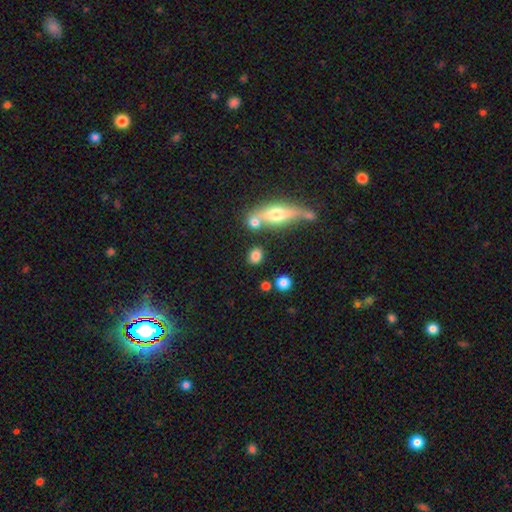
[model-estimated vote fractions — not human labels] smooth-or-featured: smooth: 80% | star or artifact: 10% | featured or disk: 9%
  how-rounded: in between: 50% | round: 45% | cigar-shaped: 5%
  merging: none: 75% | merger: 12% | minor disturbance: 10% | major disturbance: 4%